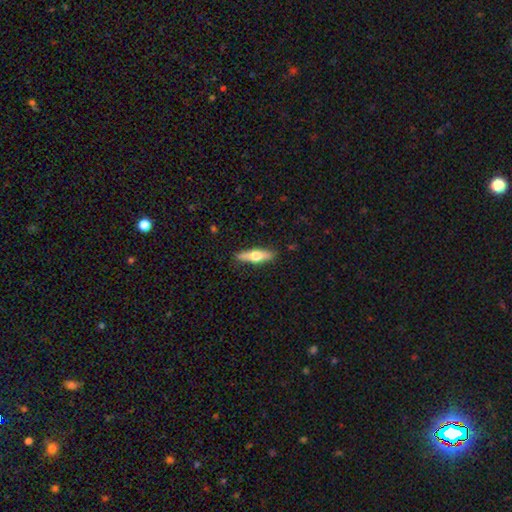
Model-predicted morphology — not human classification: Smooth or featured? Predicted: smooth (p=0.50). Merging? Predicted: none (p=0.88).